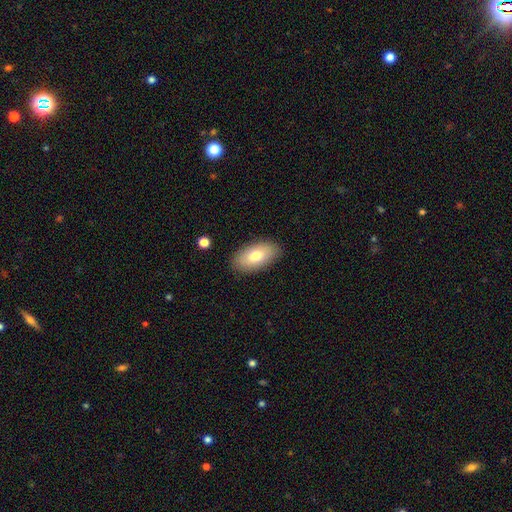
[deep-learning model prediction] Smooth or featured: smooth — 74% (featured or disk — 19%)
How rounded: in between — 94% (round — 3%)
Merging: none — 87% (minor disturbance — 9%)